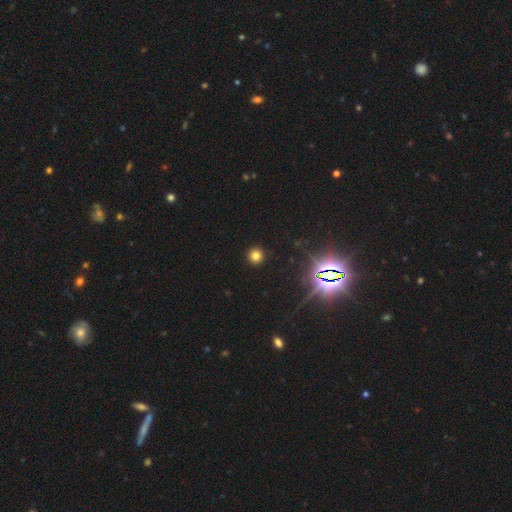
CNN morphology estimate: A smooth galaxy with no disk features (75%) that is round (95%). Merging: none (93%).